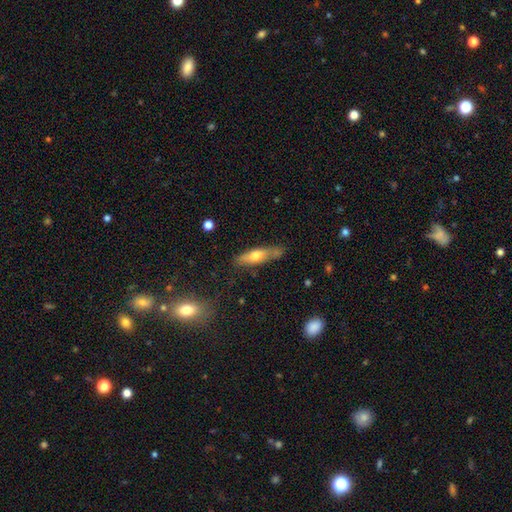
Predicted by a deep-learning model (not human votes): This is possibly a smooth galaxy (55%). How rounded: likely cigar-shaped (68%). Merging: likely none (72%).